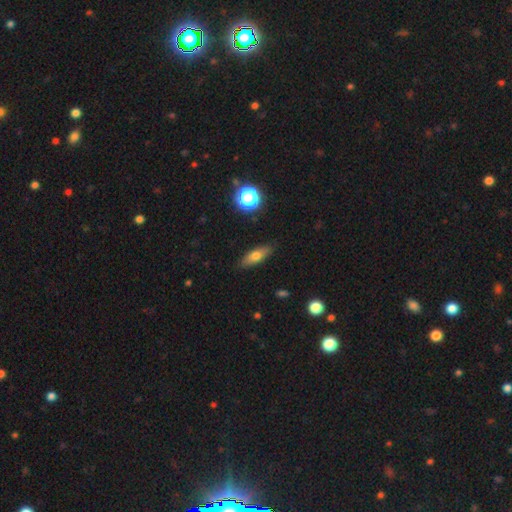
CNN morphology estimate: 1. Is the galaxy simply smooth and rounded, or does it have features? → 65% smooth, 26% featured or disk, 9% star or artifact.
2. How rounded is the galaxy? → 58% in between, 36% cigar-shaped, 6% round.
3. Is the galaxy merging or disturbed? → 86% none, 11% minor disturbance, 2% major disturbance, 1% merger.